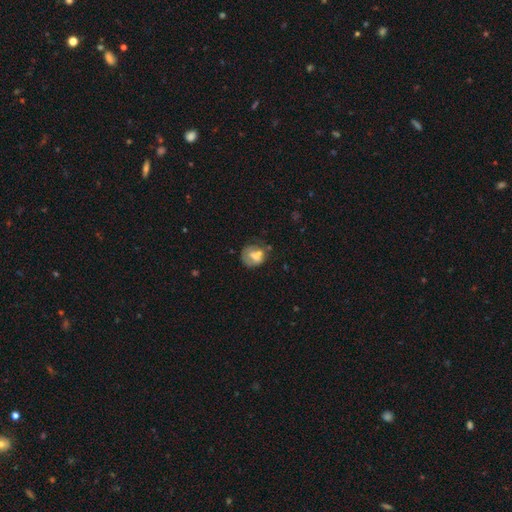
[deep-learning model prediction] Smooth or featured: smooth — 57% (featured or disk — 33%)
How rounded: round — 68% (in between — 30%)
Merging: none — 43% (minor disturbance — 23%)